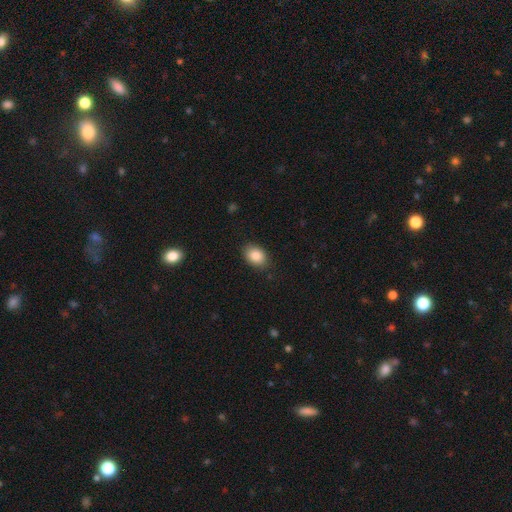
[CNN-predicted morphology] Smooth or featured? smooth (86%)
How rounded? in between (75%)
Merging? none (86%)